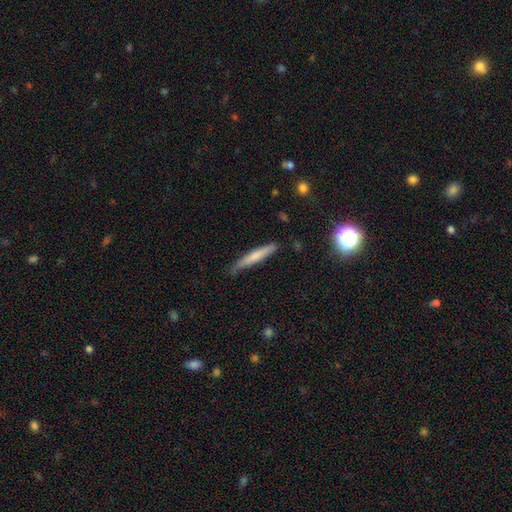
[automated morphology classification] smooth-or-featured: smooth: 63% | featured or disk: 30% | star or artifact: 7%
  how-rounded: cigar-shaped: 94% | in between: 4% | round: 1%
  merging: none: 78% | minor disturbance: 17% | major disturbance: 3% | merger: 2%